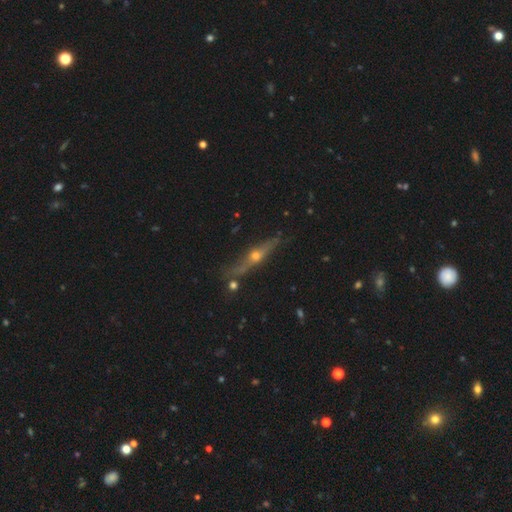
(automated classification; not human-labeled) Morphology: type=featured or disk (76%); edge-on=yes (94%); edge-on bulge=rounded (94%); merging=none (80%).